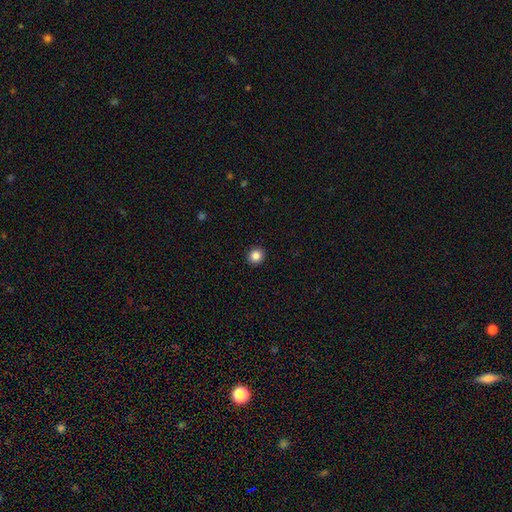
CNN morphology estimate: The model was most divided on "smooth or featured": smooth: 86%, star or artifact: 10%, featured or disk: 4%. More confident: merging — none (93%); how rounded — round (89%).